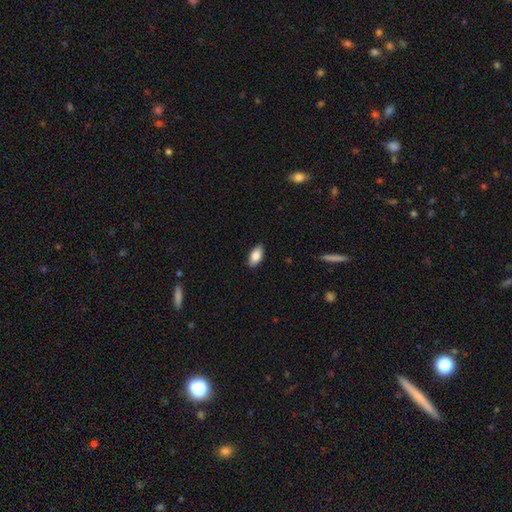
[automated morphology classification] Smooth or featured: smooth — 85% (featured or disk — 8%)
How rounded: in between — 92% (cigar-shaped — 5%)
Merging: none — 88% (minor disturbance — 9%)